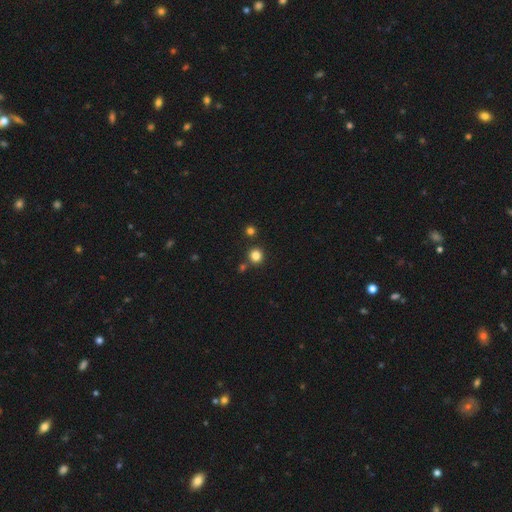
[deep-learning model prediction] smooth 82%, star or artifact 13%, featured or disk 4%. Down the decision tree: how rounded — round (93%); merging — none (84%).